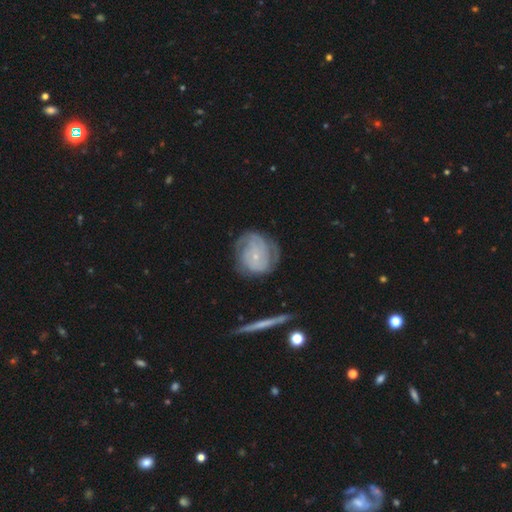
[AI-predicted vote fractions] featured or disk 76%, smooth 18%, star or artifact 6%. Down the decision tree: edge-on disk — no (97%); bar — no (80%); spiral arms — yes (90%); spiral arm count — can't tell (37%); spiral winding — tight (66%); bulge size — small (84%); merging — none (63%).